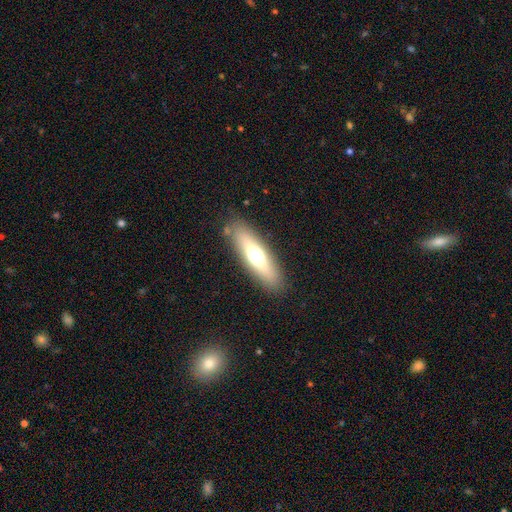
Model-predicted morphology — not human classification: Smooth or featured: smooth — 55% (featured or disk — 36%)
How rounded: cigar-shaped — 53% (in between — 44%)
Merging: none — 85% (minor disturbance — 10%)